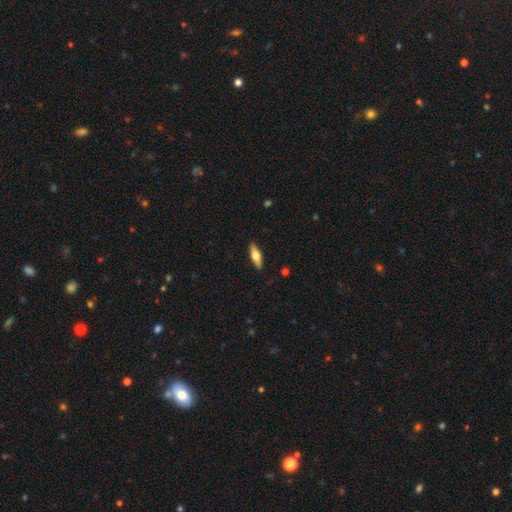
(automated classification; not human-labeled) Smooth or featured?
  - smooth: 53% *
  - featured or disk: 41%
  - star or artifact: 6%
How rounded?
  - in between: 53% *
  - cigar-shaped: 44%
  - round: 3%
Merging?
  - none: 89% *
  - minor disturbance: 8%
  - major disturbance: 2%
  - merger: 1%